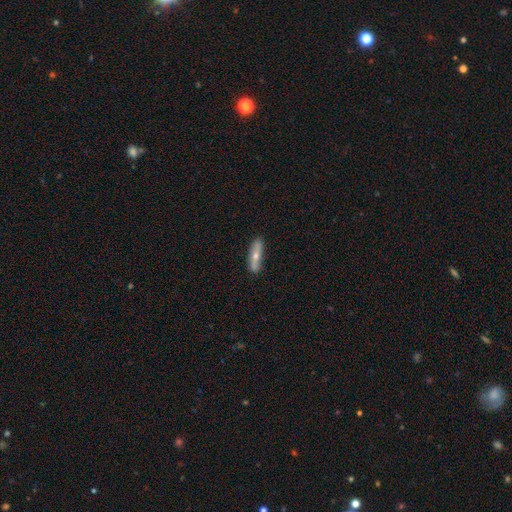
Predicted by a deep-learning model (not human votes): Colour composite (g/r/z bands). It shows a smooth galaxy with no disk features (56%) that is cigar-shaped (67%). Merging: none (84%).